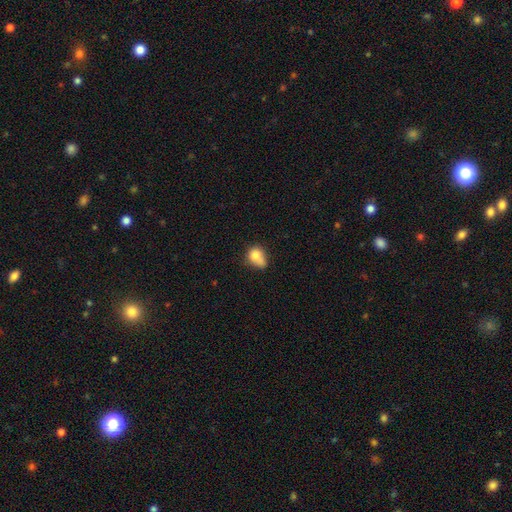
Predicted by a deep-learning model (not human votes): A smooth galaxy with no disk features (76%) that is round (50%).

Vote fractions:
- Smooth or featured? smooth: 76% / featured or disk: 14% / star or artifact: 10%
- How rounded? round: 50% / in between: 49% / cigar-shaped: 1%
- Merging? none: 33% (tied) / minor disturbance: 33% (tied) / merger: 19% / major disturbance: 15%